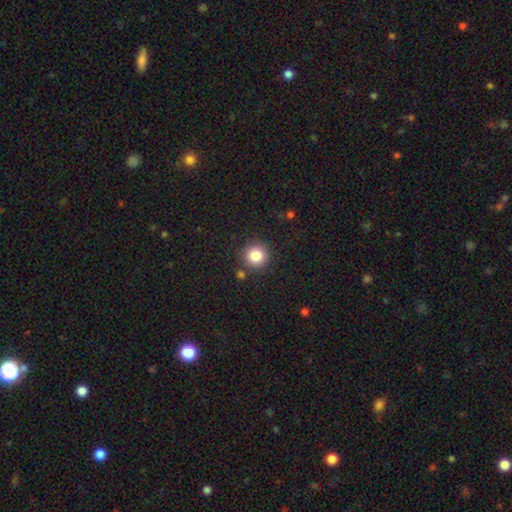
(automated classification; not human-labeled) A smooth galaxy with no disk features (84%) that is round (94%). Merging: none (87%).